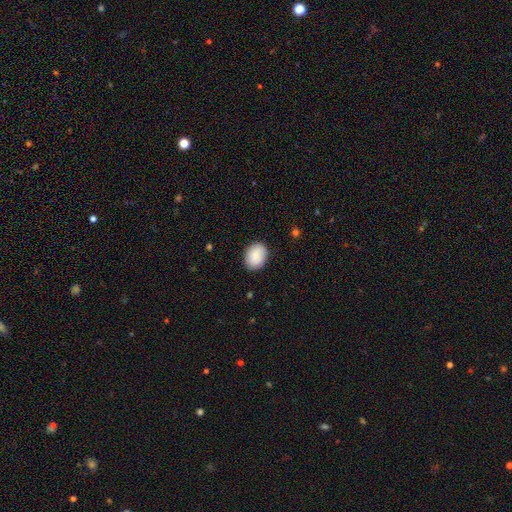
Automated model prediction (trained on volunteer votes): Smooth or featured: smooth — 84% (featured or disk — 9%)
How rounded: in between — 61% (round — 38%)
Merging: none — 87% (minor disturbance — 10%)